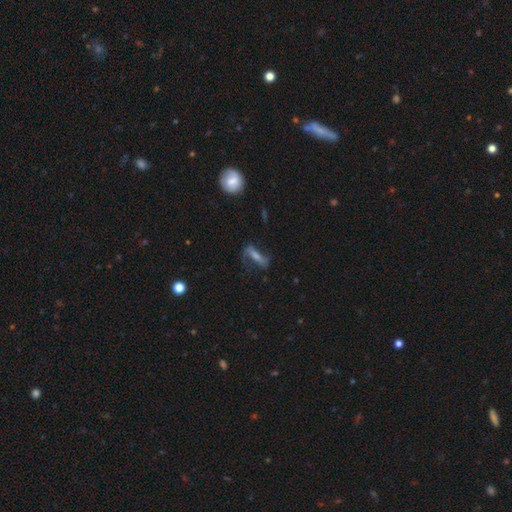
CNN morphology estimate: Smooth or featured?
  - featured or disk: 58% *
  - smooth: 29%
  - star or artifact: 13%
Edge-on disk?
  - no: 75% *
  - yes: 25%
Merging?
  - none: 59% *
  - minor disturbance: 21%
  - major disturbance: 18%
  - merger: 3%